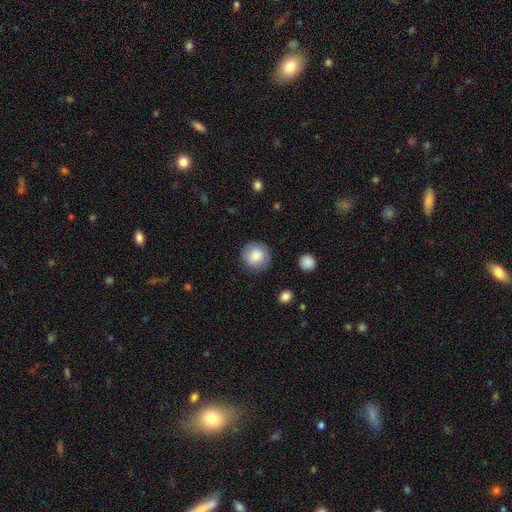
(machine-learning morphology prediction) type=smooth (81%); roundness=round (93%); merging=none (83%).